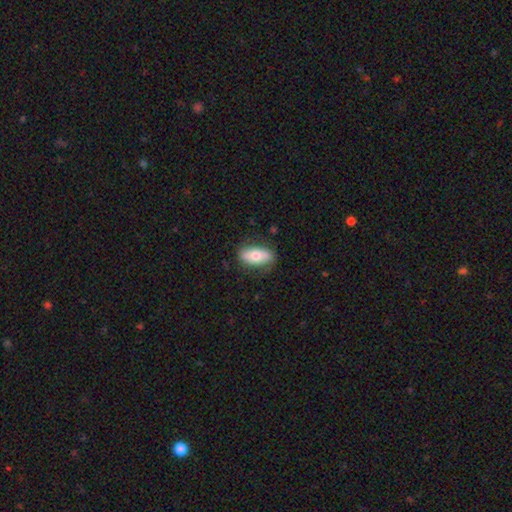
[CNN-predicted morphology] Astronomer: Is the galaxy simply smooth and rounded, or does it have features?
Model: smooth — 68%.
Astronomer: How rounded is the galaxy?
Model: in between — 87%.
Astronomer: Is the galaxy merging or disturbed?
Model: none — 81%.